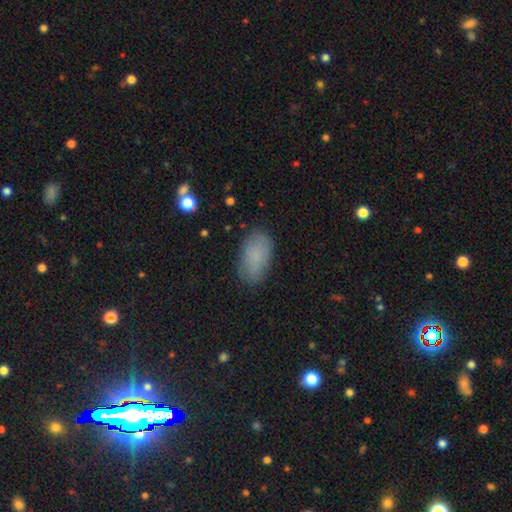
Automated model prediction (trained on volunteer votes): This appears to be a smooth galaxy with no disk features (84%) that is in between round and cigar-shaped (94%). Merging: none (83%).